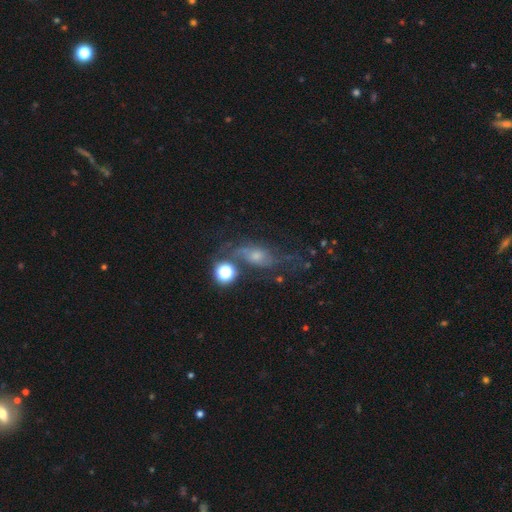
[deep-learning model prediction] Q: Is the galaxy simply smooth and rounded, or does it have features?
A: featured or disk — 51%.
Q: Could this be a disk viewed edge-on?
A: no — 82%.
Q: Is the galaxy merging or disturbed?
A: none — 45%.